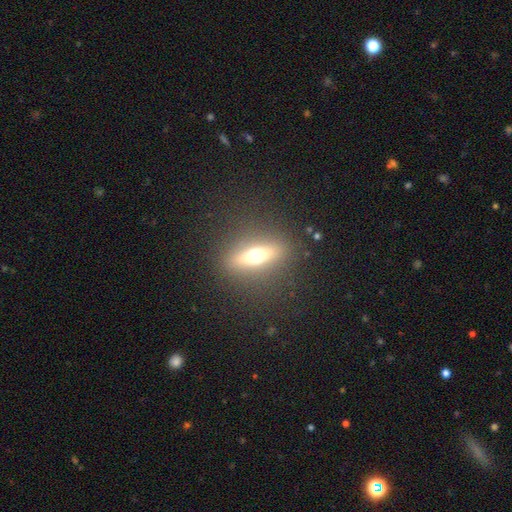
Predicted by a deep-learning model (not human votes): Q: Smooth or featured?
A: featured or disk (49%); runner-up: smooth (37%)
Q: Merging?
A: none (87%); runner-up: minor disturbance (7%)